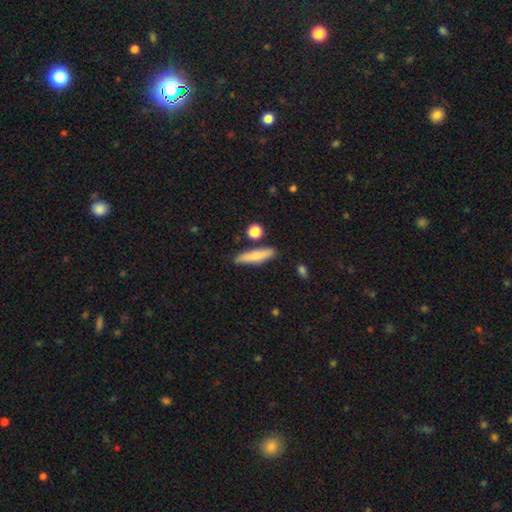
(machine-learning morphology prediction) A smooth galaxy with no disk features (72%) that is cigar-shaped (79%).

Vote fractions:
- Smooth or featured? smooth: 72% / featured or disk: 21% / star or artifact: 7%
- How rounded? cigar-shaped: 79% / in between: 19% / round: 3%
- Merging? none: 82% / minor disturbance: 11% / merger: 5% / major disturbance: 2%